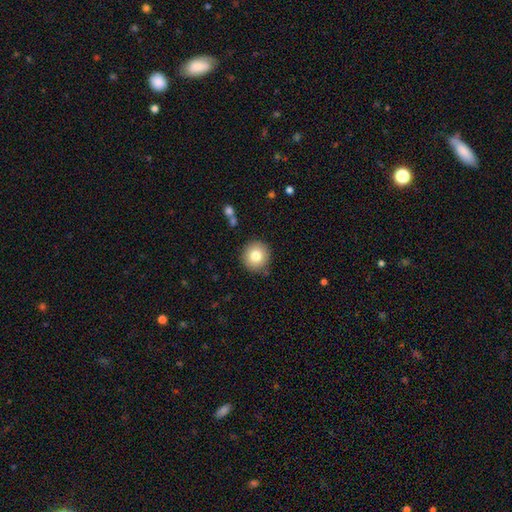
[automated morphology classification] Smooth or featured?
  - smooth: 80% *
  - featured or disk: 11%
  - star or artifact: 10%
How rounded?
  - round: 94% *
  - in between: 5%
  - cigar-shaped: 1%
Merging?
  - none: 88% *
  - minor disturbance: 8%
  - merger: 2%
  - major disturbance: 2%